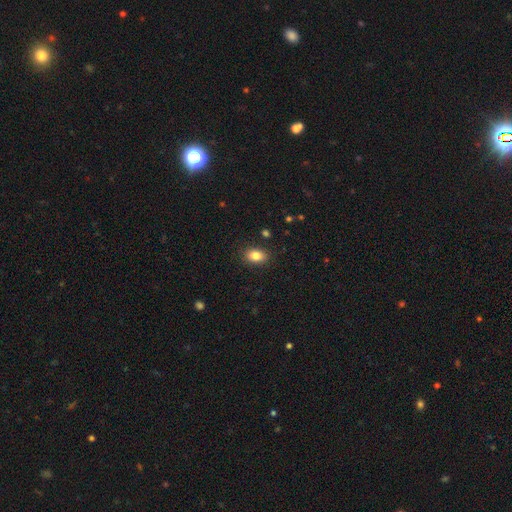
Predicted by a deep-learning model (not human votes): smooth 85%, star or artifact 9%, featured or disk 6%. Down the decision tree: how rounded — in between (84%); merging — none (87%).